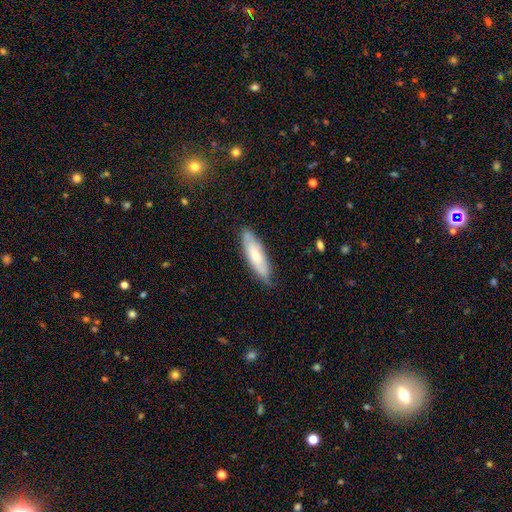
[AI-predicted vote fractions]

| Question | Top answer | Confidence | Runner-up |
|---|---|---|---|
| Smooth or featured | smooth | 60% | featured or disk (35%) |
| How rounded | cigar-shaped | 58% | in between (40%) |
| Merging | none | 75% | minor disturbance (20%) |